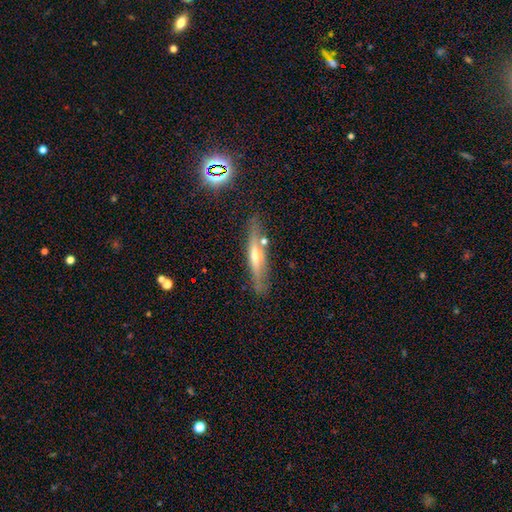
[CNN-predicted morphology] type=featured or disk (65%); edge-on=yes (91%); edge-on bulge=rounded (86%); merging=none (79%).